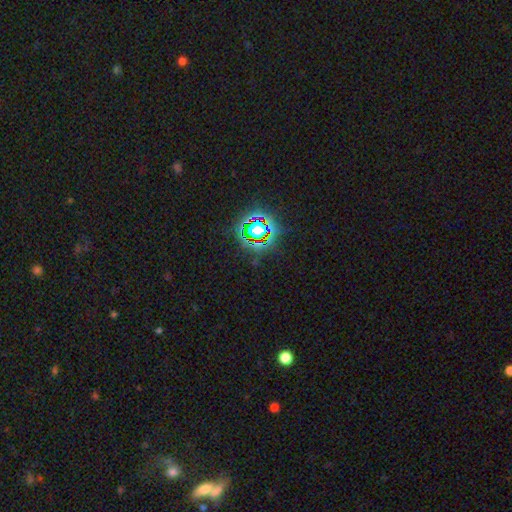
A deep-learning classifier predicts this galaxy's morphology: Overall: star or artifact (77%).